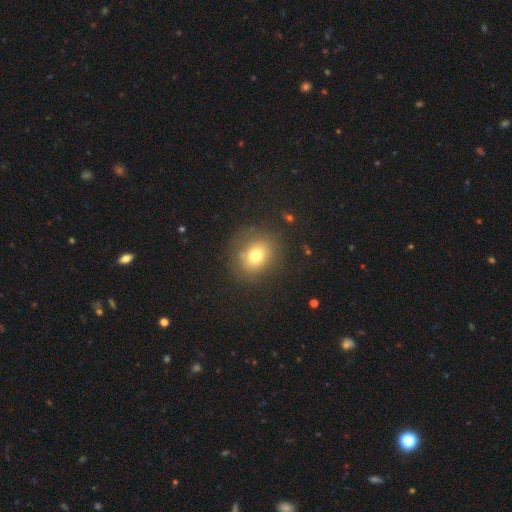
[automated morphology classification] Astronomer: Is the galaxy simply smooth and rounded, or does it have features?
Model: smooth — 73%.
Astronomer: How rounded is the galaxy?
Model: round — 66%.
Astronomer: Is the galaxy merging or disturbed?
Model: none — 78%.